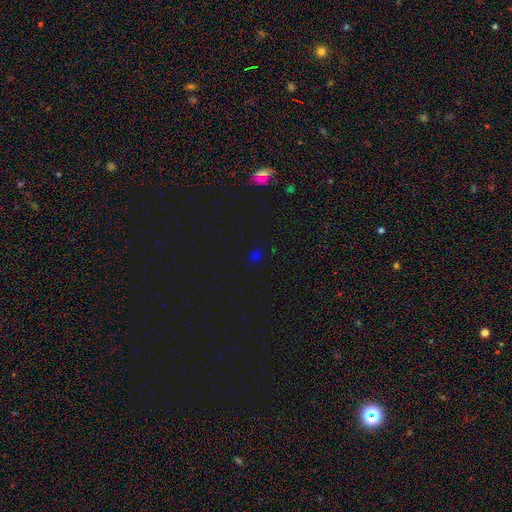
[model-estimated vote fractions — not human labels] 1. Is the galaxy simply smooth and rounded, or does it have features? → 55% smooth, 40% star or artifact, 5% featured or disk.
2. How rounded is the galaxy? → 80% round, 19% in between, 1% cigar-shaped.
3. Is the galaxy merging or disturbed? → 83% none, 10% minor disturbance, 4% major disturbance, 3% merger.